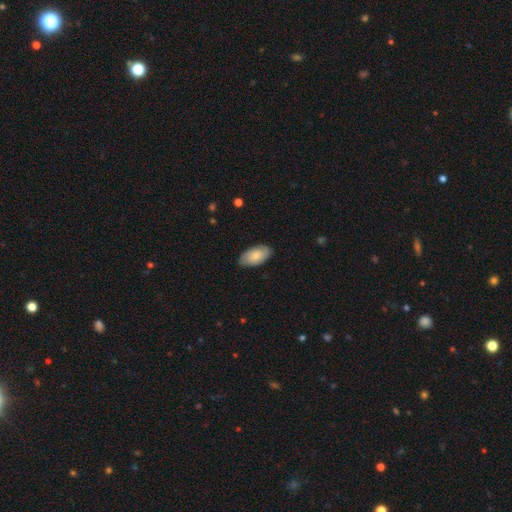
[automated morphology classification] type=smooth (70%); roundness=in between (94%); merging=none (82%).